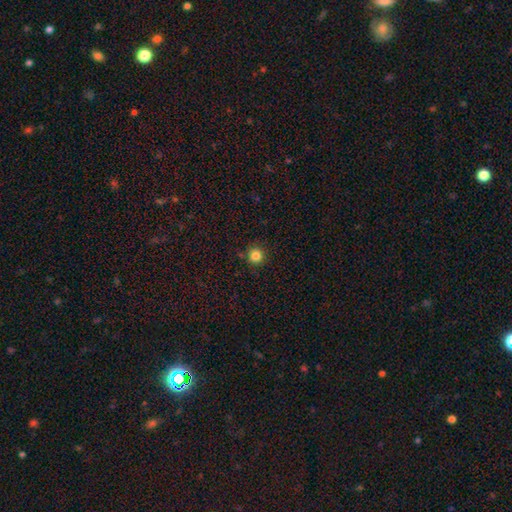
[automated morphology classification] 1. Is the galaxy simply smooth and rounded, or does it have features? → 84% smooth, 12% star or artifact, 4% featured or disk.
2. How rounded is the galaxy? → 95% round, 4% in between, 1% cigar-shaped.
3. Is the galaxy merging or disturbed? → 89% none, 6% minor disturbance, 2% merger, 2% major disturbance.